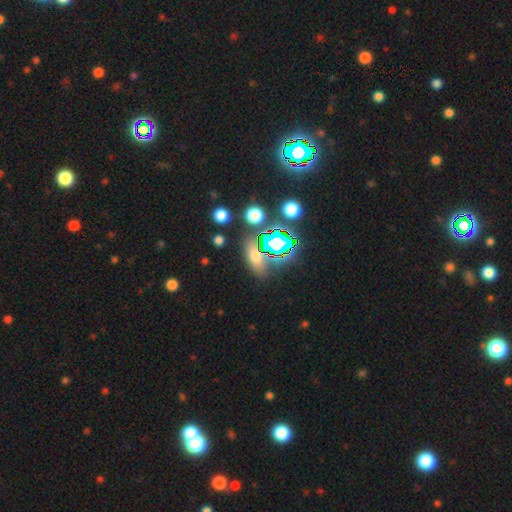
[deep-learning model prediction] smooth_or_featured: smooth (p=0.52) [alt: star or artifact p=0.35]
how_rounded: in between (p=0.65) [alt: round p=0.25]
merging: none (p=0.75) [alt: minor disturbance p=0.11]